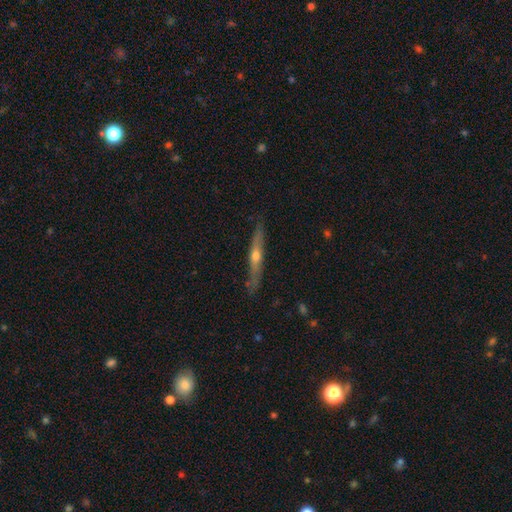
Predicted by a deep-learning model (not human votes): Morphology: type=featured or disk (75%); edge-on=yes (95%); edge-on bulge=rounded (89%); merging=none (86%).